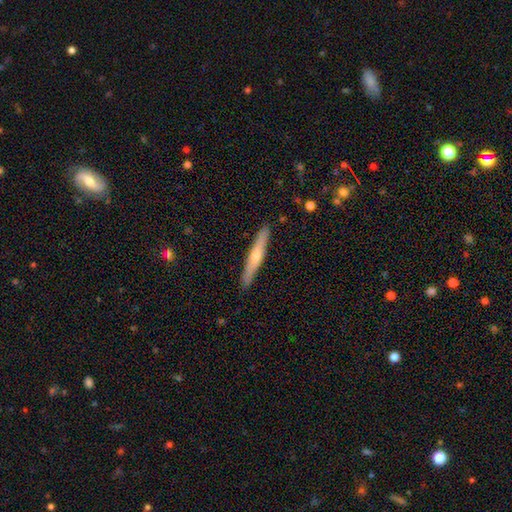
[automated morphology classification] smooth_or_featured: featured or disk (p=0.52) [alt: smooth p=0.43]
disk_edge_on: yes (p=0.95) [alt: no p=0.05]
merging: none (p=0.90) [alt: minor disturbance p=0.07]